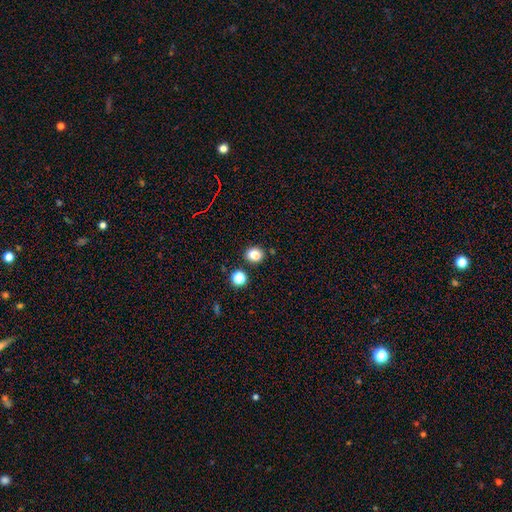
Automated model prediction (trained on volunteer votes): Morphology: type=smooth (81%); roundness=round (73%); merging=none (86%).